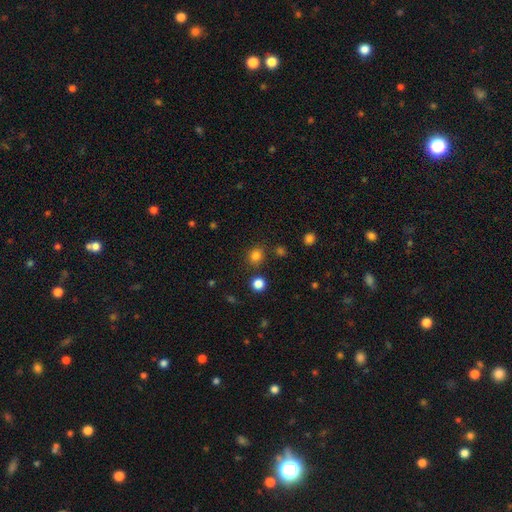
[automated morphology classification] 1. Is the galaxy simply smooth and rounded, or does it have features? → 81% smooth, 15% star or artifact, 4% featured or disk.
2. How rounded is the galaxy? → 83% round, 16% in between, 1% cigar-shaped.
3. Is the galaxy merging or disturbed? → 83% none, 9% minor disturbance, 6% merger, 3% major disturbance.